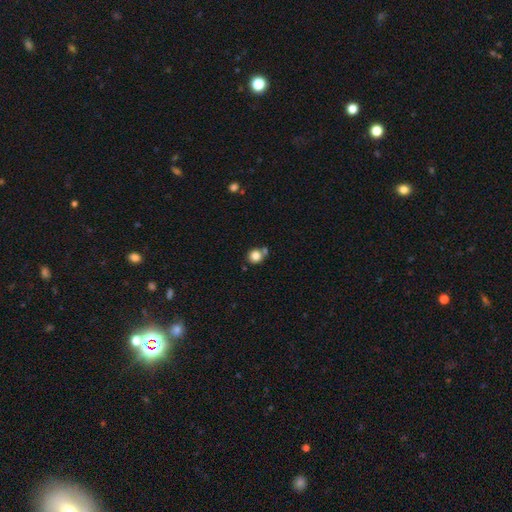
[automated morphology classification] The model was most divided on "merging": none: 65%, merger: 20%, minor disturbance: 12%, major disturbance: 4%. More confident: how rounded — round (87%); smooth or featured — smooth (82%).